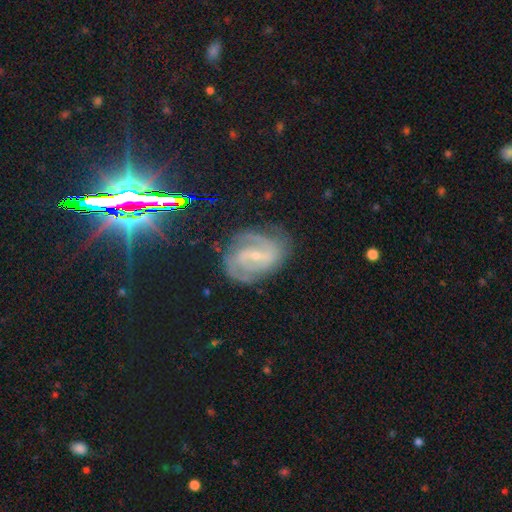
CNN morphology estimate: Smooth or featured?
  - featured or disk: 83% *
  - star or artifact: 10%
  - smooth: 7%
Edge-on disk?
  - no: 97% *
  - yes: 3%
Bar?
  - weak: 47% *
  - strong: 33%
  - no: 20%
Spiral arms?
  - yes: 96% *
  - no: 4%
Spiral winding?
  - medium: 46% *
  - tight: 41%
  - loose: 13%
Spiral arm count?
  - 2: 68% *
  - can't tell: 13%
  - 3: 10%
  - 1: 3%
  - 4: 3%
  - more than 4: 3%
Bulge size?
  - small: 75% *
  - moderate: 19%
  - none: 4%
  - large: 1%
  - dominant: 1%
Merging?
  - none: 73% *
  - minor disturbance: 18%
  - major disturbance: 8%
  - merger: 2%